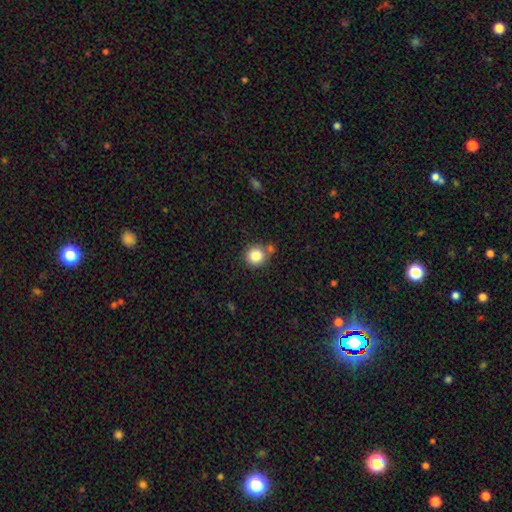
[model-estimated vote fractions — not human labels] A smooth galaxy with no disk features (85%) that is round (92%). Merging: none (73%).